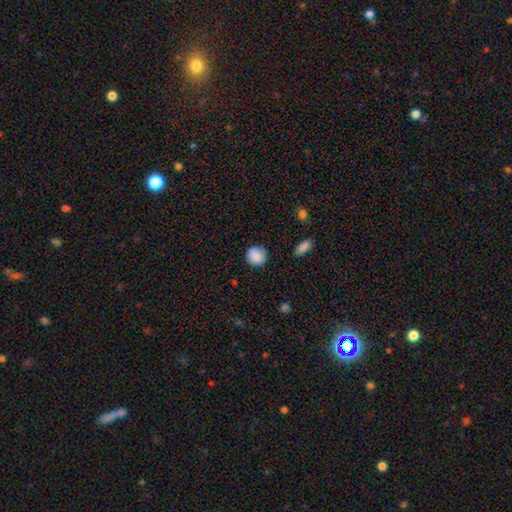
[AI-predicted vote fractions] A smooth galaxy with no disk features (87%) that is round (90%).

Vote fractions:
- Smooth or featured? smooth: 87% / star or artifact: 8% / featured or disk: 5%
- How rounded? round: 90% / in between: 9% / cigar-shaped: 1%
- Merging? none: 82% / minor disturbance: 13% / major disturbance: 3% / merger: 2%